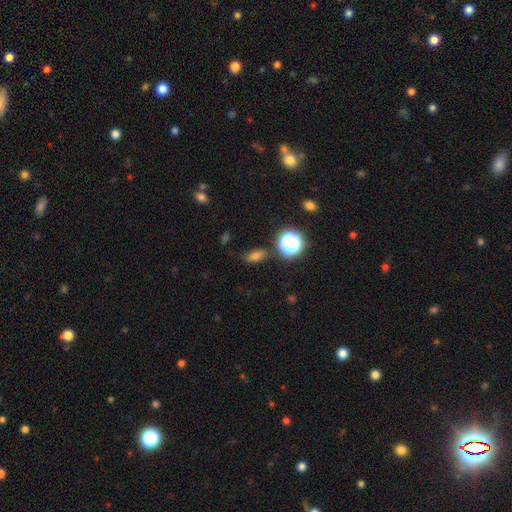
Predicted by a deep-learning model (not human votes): Smooth or featured? smooth (69%)
How rounded? in between (74%)
Merging? none (80%)